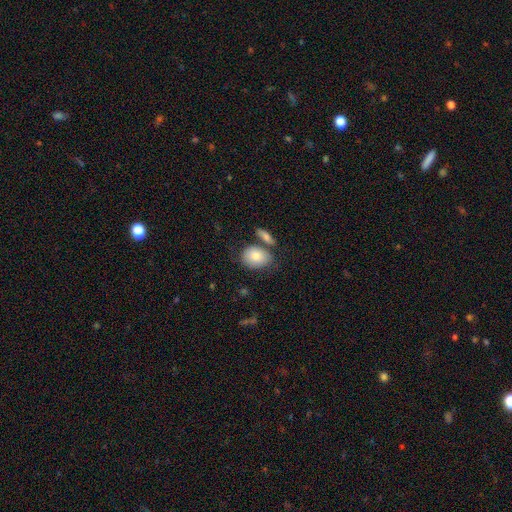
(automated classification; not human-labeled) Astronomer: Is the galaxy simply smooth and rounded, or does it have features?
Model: smooth — 80%.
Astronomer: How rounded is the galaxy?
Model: in between — 74%.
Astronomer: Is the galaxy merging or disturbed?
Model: none — 58%.